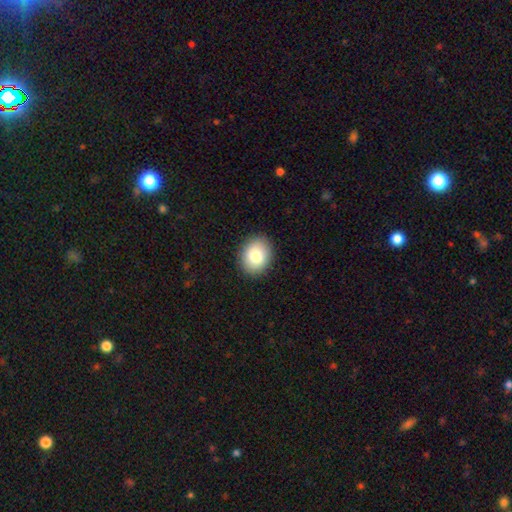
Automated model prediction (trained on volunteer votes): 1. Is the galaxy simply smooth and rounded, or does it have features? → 82% smooth, 10% featured or disk, 8% star or artifact.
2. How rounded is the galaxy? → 55% round, 44% in between, 1% cigar-shaped.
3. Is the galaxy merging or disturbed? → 90% none, 7% minor disturbance, 2% major disturbance, 1% merger.